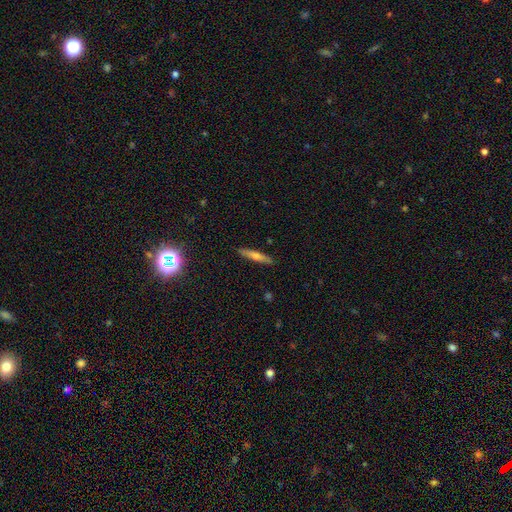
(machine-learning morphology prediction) type=featured or disk (45%); merging=none (90%).